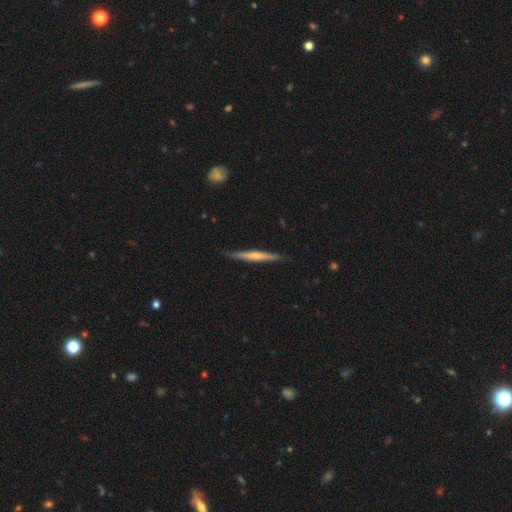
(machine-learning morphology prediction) Smooth or featured: featured or disk — 56% (smooth — 38%)
Edge-on disk: yes — 97% (no — 3%)
Edge-on bulge: rounded — 50% (none — 41%)
Merging: none — 88% (minor disturbance — 10%)